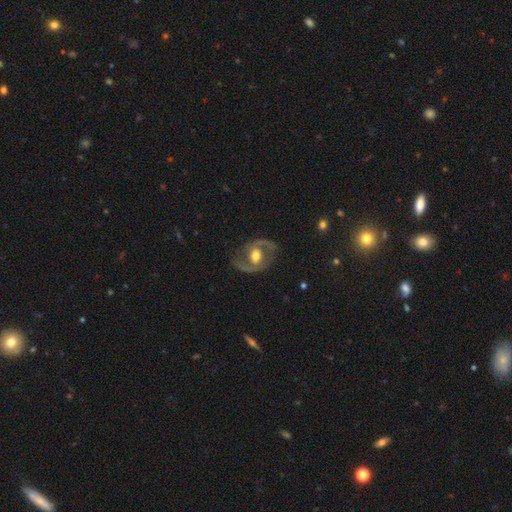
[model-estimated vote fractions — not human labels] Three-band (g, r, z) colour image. It shows a featured or disk galaxy (76%) with no bar (49%), spiral arms (66%) and a moderate central bulge (61%). Merging: none (76%).